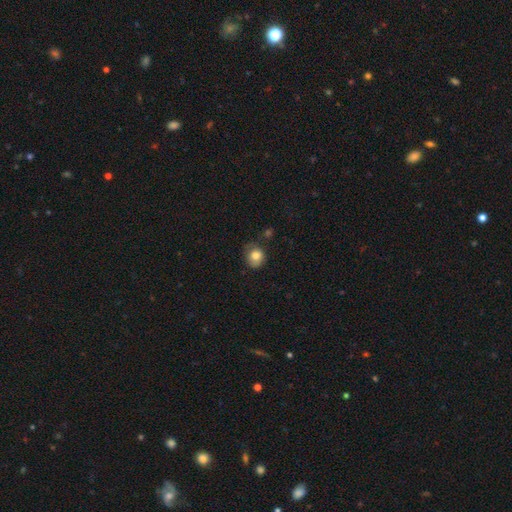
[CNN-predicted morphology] A smooth galaxy with no disk features (79%) that is round (74%). Merging: none (61%).